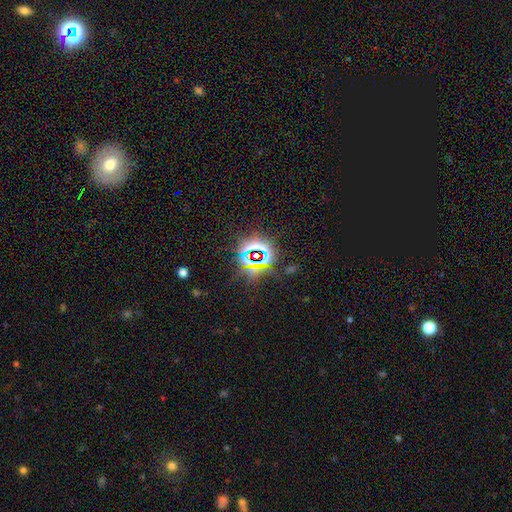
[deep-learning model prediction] A star or artifact, not a galaxy (81%).

Vote fractions:
- Smooth or featured? star or artifact: 81% / smooth: 11% / featured or disk: 8%